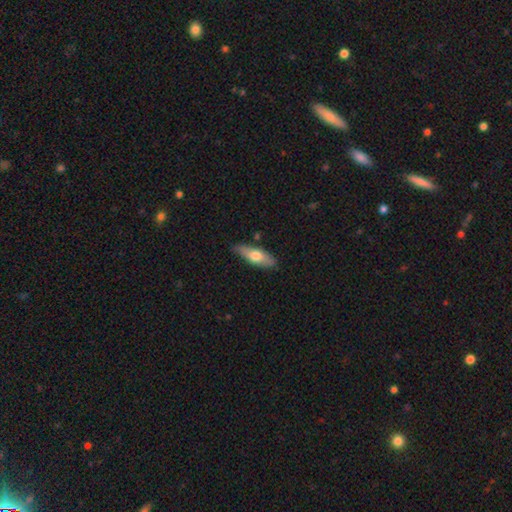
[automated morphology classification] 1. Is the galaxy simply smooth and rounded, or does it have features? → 62% smooth, 32% featured or disk, 5% star or artifact.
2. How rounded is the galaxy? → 58% in between, 40% cigar-shaped, 2% round.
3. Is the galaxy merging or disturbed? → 78% none, 17% minor disturbance, 3% major disturbance, 2% merger.